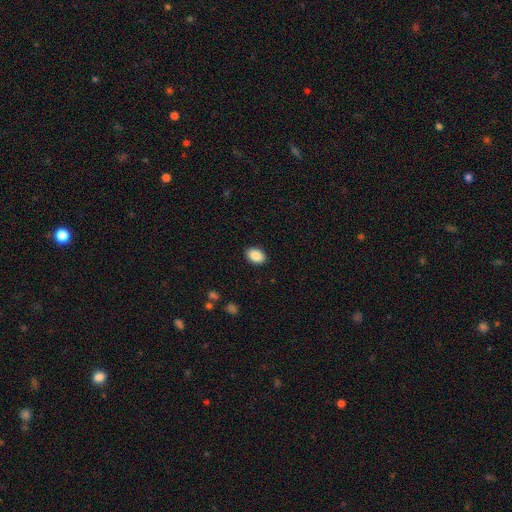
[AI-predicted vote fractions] The model was most divided on "how rounded": in between: 82%, round: 17%, cigar-shaped: 1%. More confident: smooth or featured — smooth (90%); merging — none (90%).